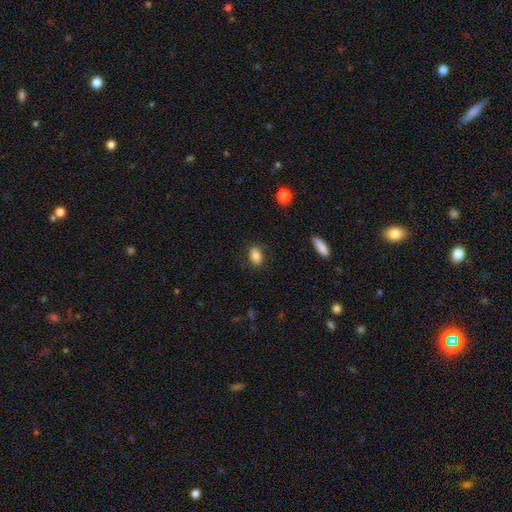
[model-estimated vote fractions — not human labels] A smooth galaxy with no disk features (84%) that is in between round and cigar-shaped (84%).

Vote fractions:
- Smooth or featured? smooth: 84% / star or artifact: 8% / featured or disk: 8%
- How rounded? in between: 84% / round: 14% / cigar-shaped: 2%
- Merging? none: 84% / minor disturbance: 12% / major disturbance: 3% / merger: 1%